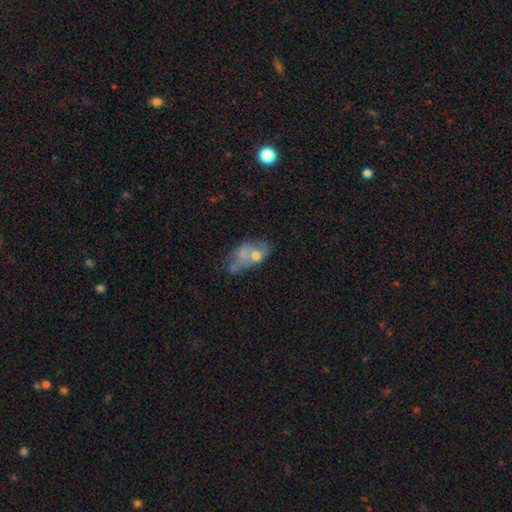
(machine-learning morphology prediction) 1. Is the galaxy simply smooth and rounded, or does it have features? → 47% featured or disk, 35% smooth, 18% star or artifact.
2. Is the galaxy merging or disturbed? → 37% none, 29% merger, 18% minor disturbance, 16% major disturbance.